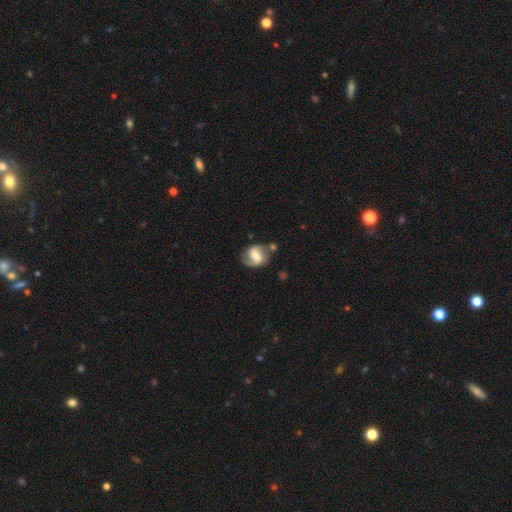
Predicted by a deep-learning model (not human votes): Smooth or featured? featured or disk (70%)
Edge-on disk? no (97%)
Bar? weak (48%)
Spiral arms? yes (92%)
Spiral winding? medium (47%)
Spiral arm count? 2 (81%)
Bulge size? moderate (48%)
Merging? none (65%)